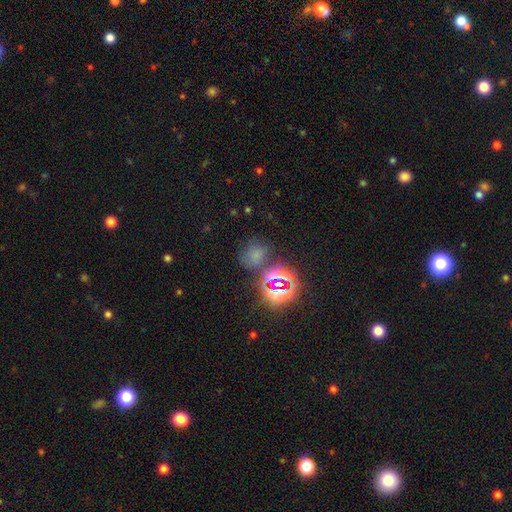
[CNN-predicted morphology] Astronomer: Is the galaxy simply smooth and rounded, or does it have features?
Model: smooth — 49% (runner-up: star or artifact, 42%).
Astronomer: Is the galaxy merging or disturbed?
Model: none — 63%.